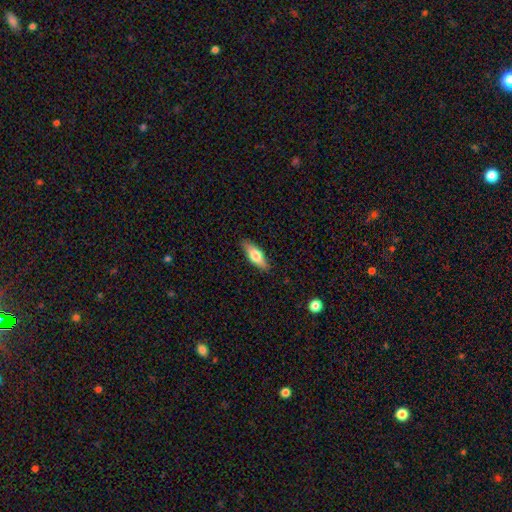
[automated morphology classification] smooth 71%, featured or disk 23%, star or artifact 6%. Down the decision tree: how rounded — in between (66%); merging — none (87%).